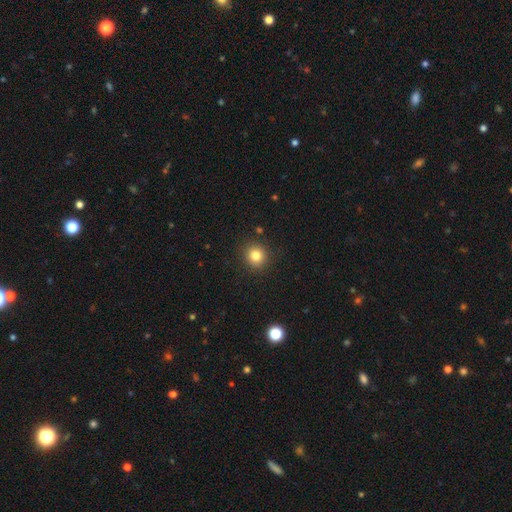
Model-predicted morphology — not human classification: Smooth or featured: smooth — 82% (star or artifact — 12%)
How rounded: round — 89% (in between — 10%)
Merging: none — 89% (minor disturbance — 7%)